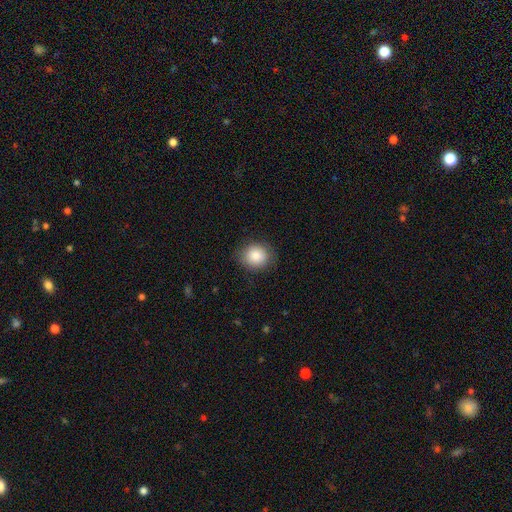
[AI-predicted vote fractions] smooth_or_featured: smooth (p=0.86) [alt: star or artifact p=0.09]
how_rounded: round (p=0.76) [alt: in between p=0.23]
merging: none (p=0.85) [alt: minor disturbance p=0.12]